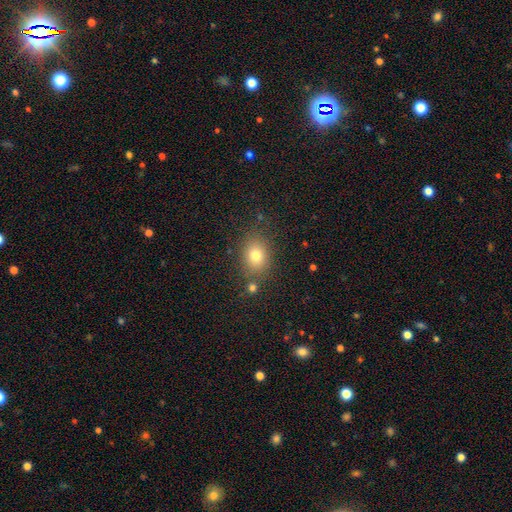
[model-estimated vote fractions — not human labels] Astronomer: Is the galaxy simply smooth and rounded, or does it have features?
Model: smooth — 78%.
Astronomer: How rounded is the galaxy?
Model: in between — 58% (runner-up: round, 41%).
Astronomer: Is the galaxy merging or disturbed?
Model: none — 79%.